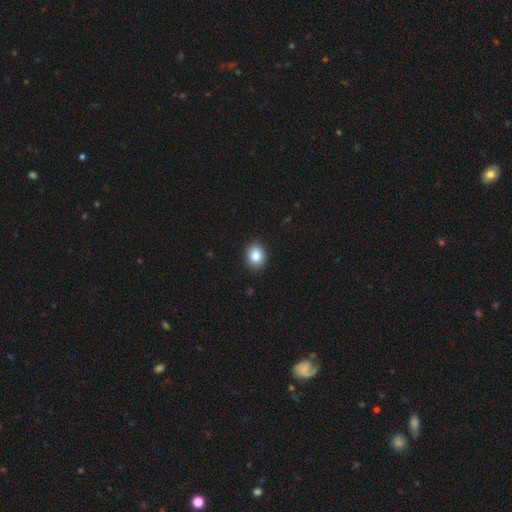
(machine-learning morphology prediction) Q: Smooth or featured?
A: smooth (86%); runner-up: star or artifact (9%)
Q: How rounded?
A: round (50%); runner-up: in between (49%)
Q: Merging?
A: none (90%); runner-up: minor disturbance (7%)